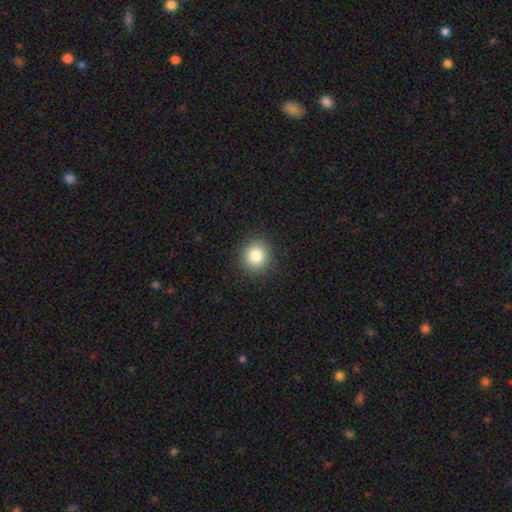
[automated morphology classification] This appears to be a smooth galaxy with no disk features (84%) that is round (85%). Merging: none (89%).